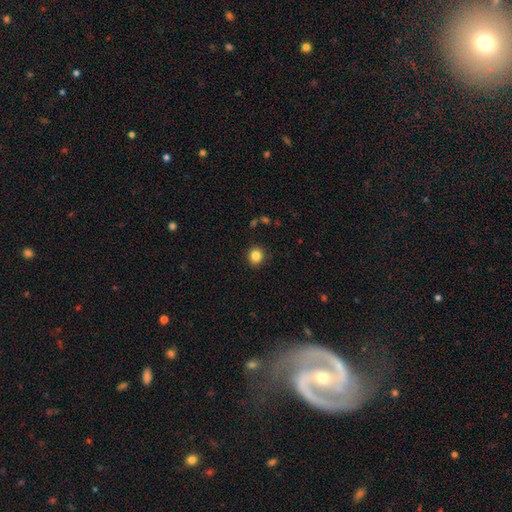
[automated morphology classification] A smooth galaxy with no disk features (84%) that is round (88%). Merging: none (91%).